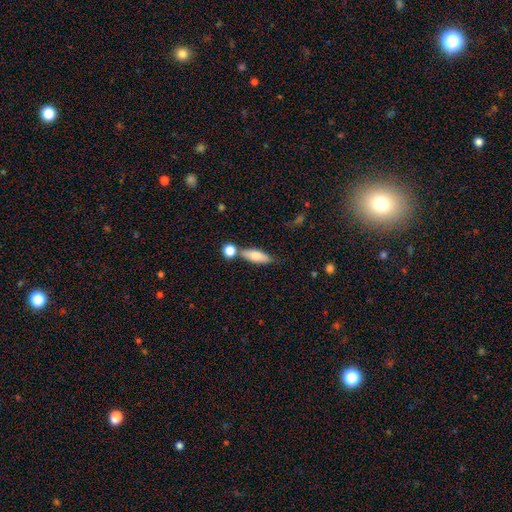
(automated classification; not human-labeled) The model was most divided on "how rounded": in between: 64%, cigar-shaped: 32%, round: 4%. More confident: smooth or featured — smooth (78%); merging — none (60%).